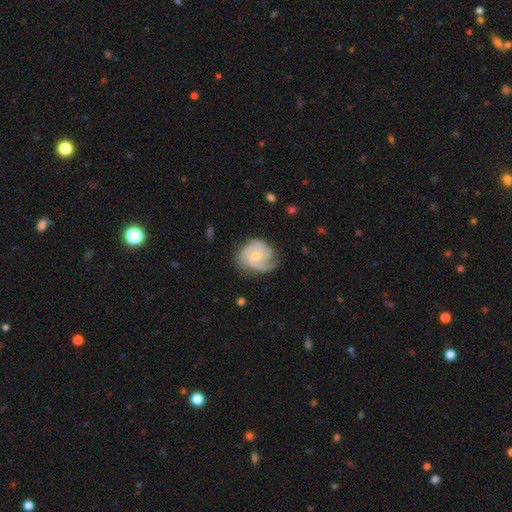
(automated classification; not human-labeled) A featured or disk galaxy (84%) with no bar (66%), 3 (37%) tight (47%) spiral arms (96%) and a small central bulge (59%).

Vote fractions:
- Smooth or featured? featured or disk: 84% / smooth: 11% / star or artifact: 5%
- Edge-on disk? no: 98% / yes: 2%
- Bar? no: 66% / weak: 29% / strong: 4%
- Spiral arms? yes: 96% / no: 4%
- Spiral winding? tight: 47% / medium: 42% / loose: 11%
- Spiral arm count? 3: 37% / 2: 34% / can't tell: 14% / 1: 7% / 4: 5% / more than 4: 4%
- Bulge size? small: 59% / moderate: 36% / none: 2% / large: 1% / dominant: 1%
- Merging? none: 65% / minor disturbance: 24% / major disturbance: 10% / merger: 2%